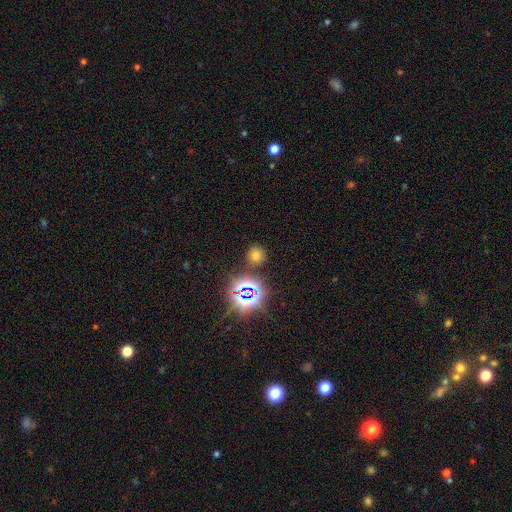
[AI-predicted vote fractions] Smooth or featured? Predicted: smooth (p=0.62). How rounded? Predicted: round (p=0.84). Merging? Predicted: none (p=0.84).